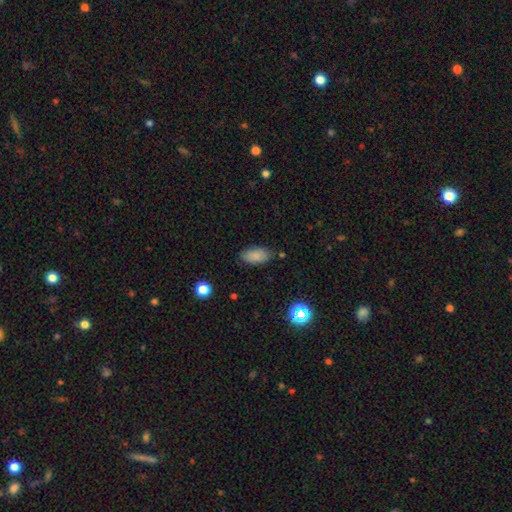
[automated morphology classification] Smooth or featured? smooth (85%)
How rounded? in between (91%)
Merging? none (82%)